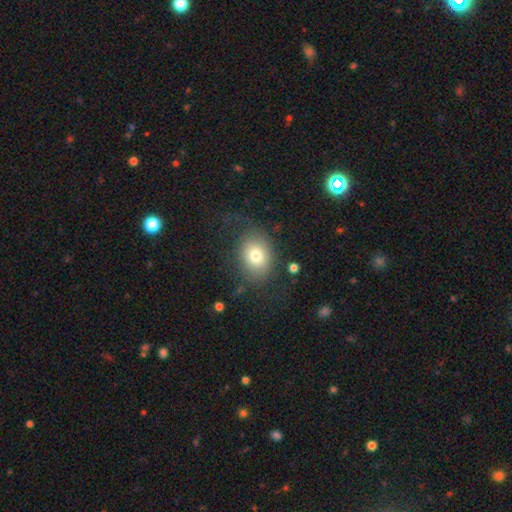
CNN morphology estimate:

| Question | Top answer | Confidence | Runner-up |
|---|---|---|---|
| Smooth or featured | smooth | 72% | featured or disk (18%) |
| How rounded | in between | 58% | round (41%) |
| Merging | none | 55% | major disturbance (23%) |